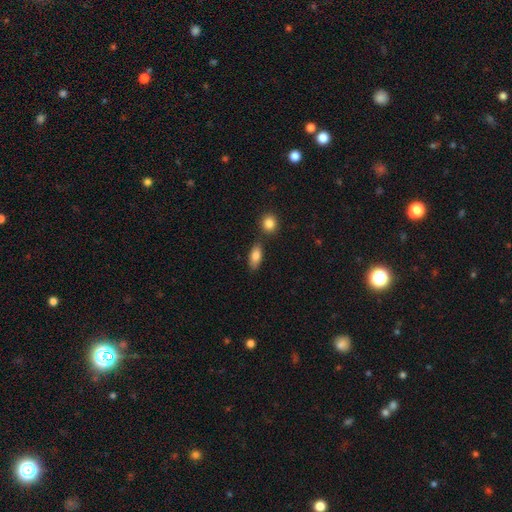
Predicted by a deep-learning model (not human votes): Morphology: type=smooth (82%); roundness=in between (84%); merging=none (72%).